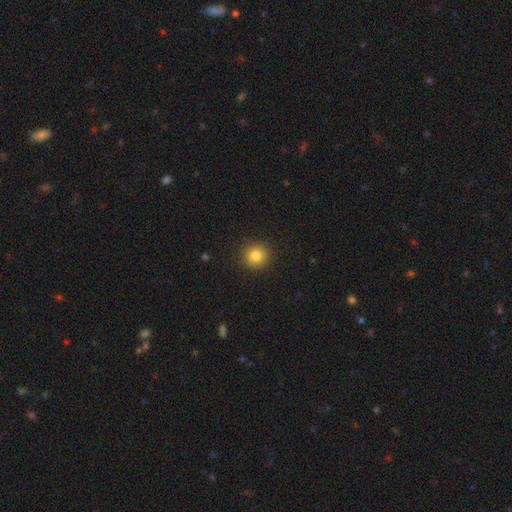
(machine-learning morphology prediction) type=smooth (83%); roundness=round (93%); merging=none (91%).